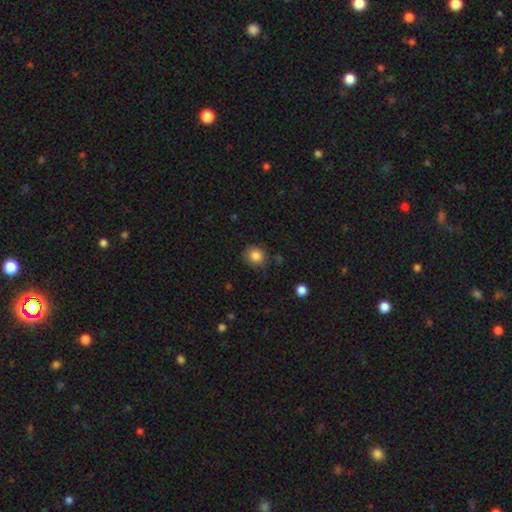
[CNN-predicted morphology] A smooth galaxy with no disk features (85%) that is round (83%).

Vote fractions:
- Smooth or featured? smooth: 85% / star or artifact: 10% / featured or disk: 5%
- How rounded? round: 83% / in between: 16% / cigar-shaped: 1%
- Merging? none: 78% / minor disturbance: 16% / major disturbance: 4% / merger: 2%